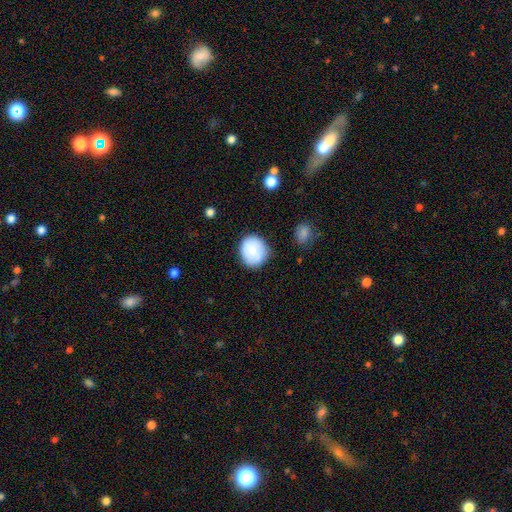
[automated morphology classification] This is likely a smooth galaxy (78%). How rounded: likely round (76%). Merging: likely none (76%).